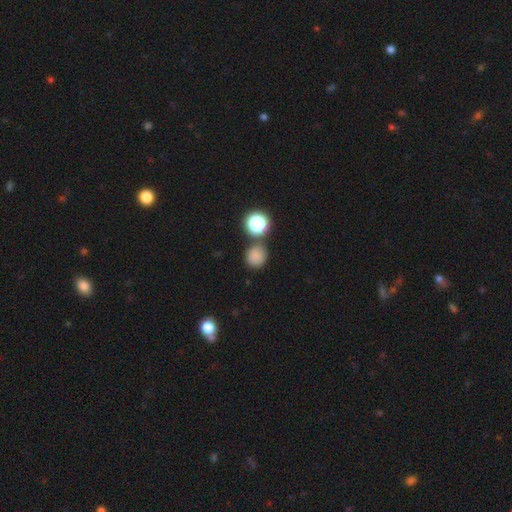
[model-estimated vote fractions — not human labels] smooth 78%, star or artifact 16%, featured or disk 6%. Down the decision tree: how rounded — round (87%); merging — none (71%).